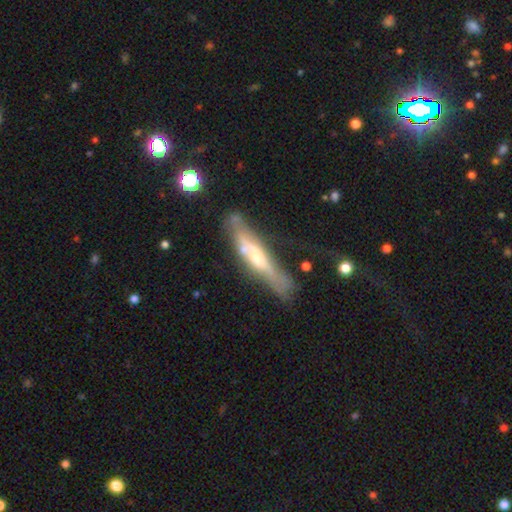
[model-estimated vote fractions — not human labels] Smooth or featured? featured or disk (65%)
Edge-on disk? yes (74%)
Merging? none (52%)